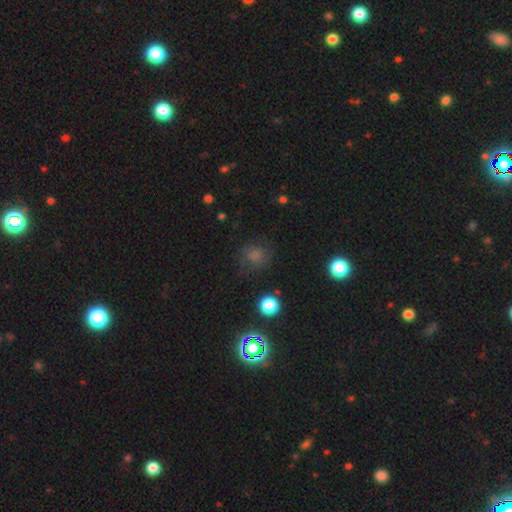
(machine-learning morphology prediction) smooth-or-featured: smooth: 60% | star or artifact: 31% | featured or disk: 9%
  how-rounded: round: 86% | in between: 13% | cigar-shaped: 1%
  merging: none: 79% | minor disturbance: 13% | major disturbance: 6% | merger: 2%